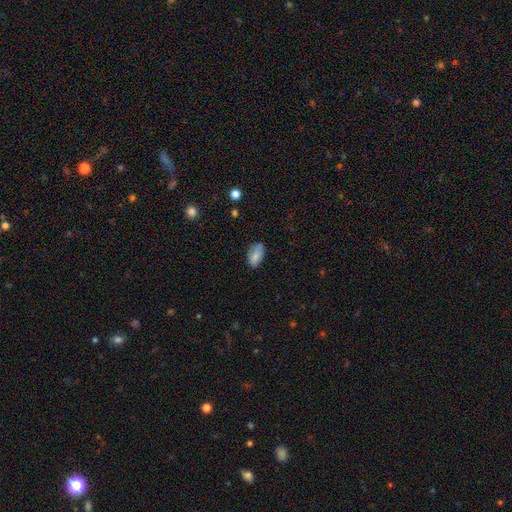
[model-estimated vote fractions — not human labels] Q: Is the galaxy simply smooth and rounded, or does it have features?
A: smooth — 77%.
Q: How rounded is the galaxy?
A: in between — 92%.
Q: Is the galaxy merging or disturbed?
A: none — 65%.